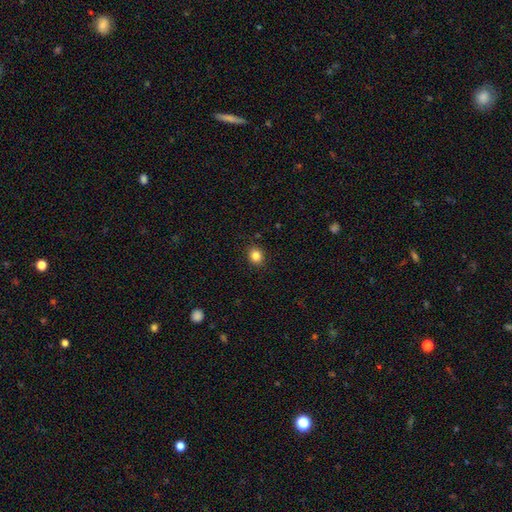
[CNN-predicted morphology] Smooth or featured?
  - smooth: 84% *
  - star or artifact: 11%
  - featured or disk: 5%
How rounded?
  - round: 76% *
  - in between: 24%
  - cigar-shaped: 1%
Merging?
  - none: 90% *
  - minor disturbance: 7%
  - major disturbance: 2%
  - merger: 1%